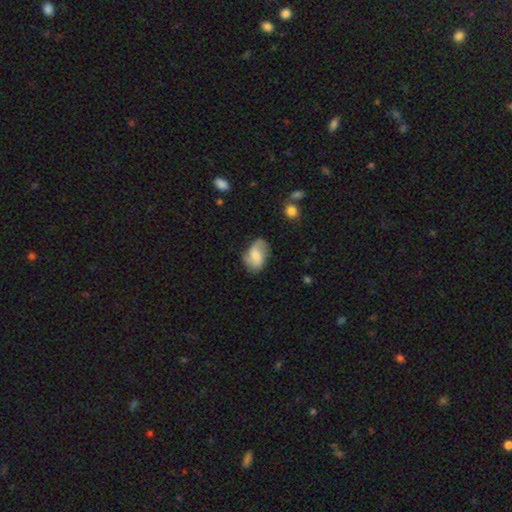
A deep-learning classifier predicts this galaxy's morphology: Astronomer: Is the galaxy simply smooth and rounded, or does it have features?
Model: smooth — 51% (runner-up: featured or disk, 41%).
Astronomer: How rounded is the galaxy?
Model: in between — 86%.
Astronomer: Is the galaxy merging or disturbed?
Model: none — 59%.